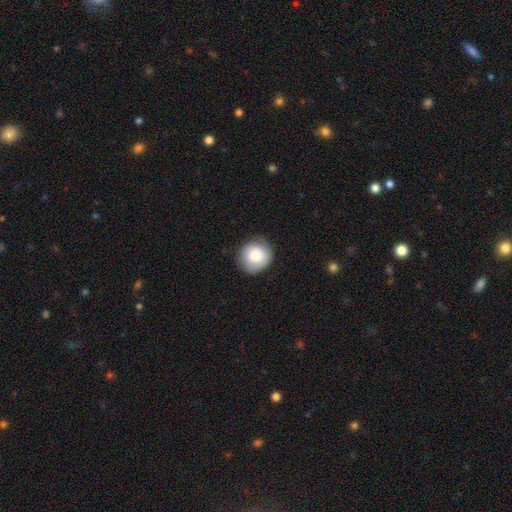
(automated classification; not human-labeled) A smooth galaxy with no disk features (81%) that is round (87%).

Vote fractions:
- Smooth or featured? smooth: 81% / featured or disk: 11% / star or artifact: 7%
- How rounded? round: 87% / in between: 12% / cigar-shaped: 1%
- Merging? none: 76% / minor disturbance: 19% / major disturbance: 4% / merger: 1%